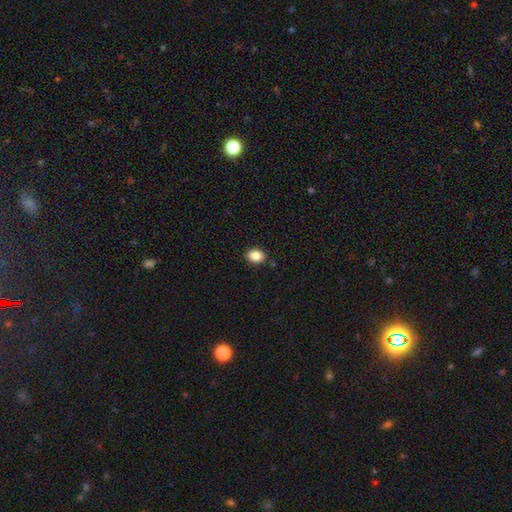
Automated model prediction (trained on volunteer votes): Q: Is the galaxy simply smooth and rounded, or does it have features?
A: smooth — 87%.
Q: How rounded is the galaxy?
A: in between — 66%.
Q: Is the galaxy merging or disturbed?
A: none — 87%.